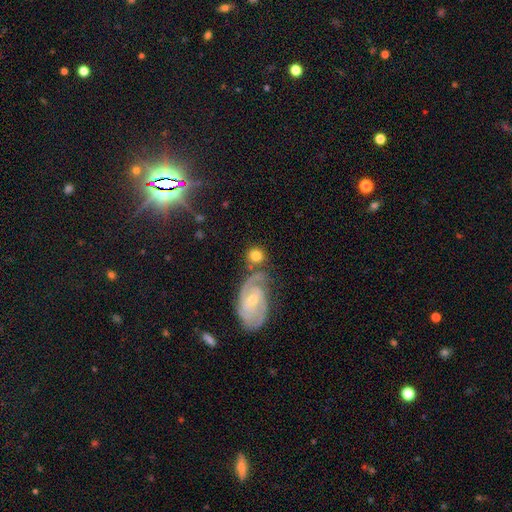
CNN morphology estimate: smooth 69%, featured or disk 24%, star or artifact 7%. Down the decision tree: how rounded — round (81%); merging — none (64%).